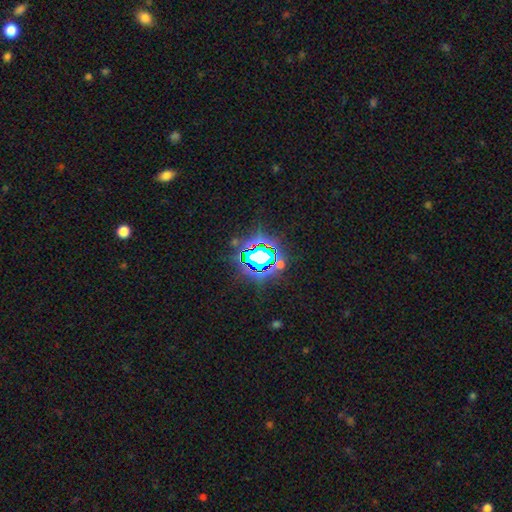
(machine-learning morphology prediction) star or artifact 80%, smooth 12%, featured or disk 8%.